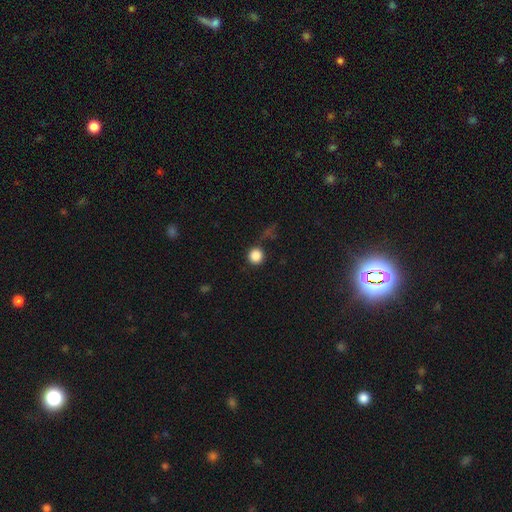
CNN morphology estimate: This appears to be a smooth galaxy with no disk features (86%) that is round (94%). Merging: none (83%).